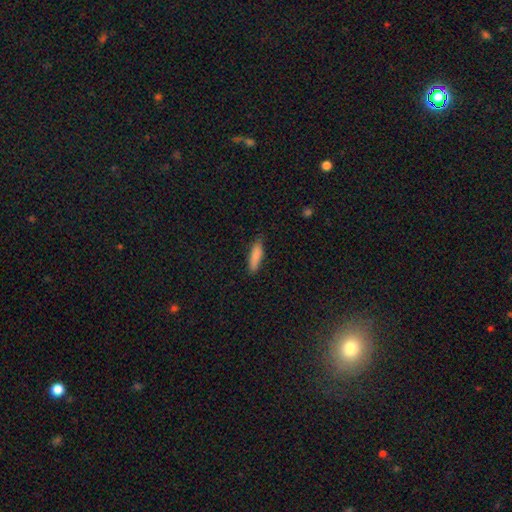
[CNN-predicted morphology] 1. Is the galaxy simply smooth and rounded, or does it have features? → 85% smooth, 8% featured or disk, 7% star or artifact.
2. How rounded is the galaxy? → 62% cigar-shaped, 36% in between, 2% round.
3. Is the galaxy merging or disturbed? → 79% none, 17% minor disturbance, 3% major disturbance, 1% merger.